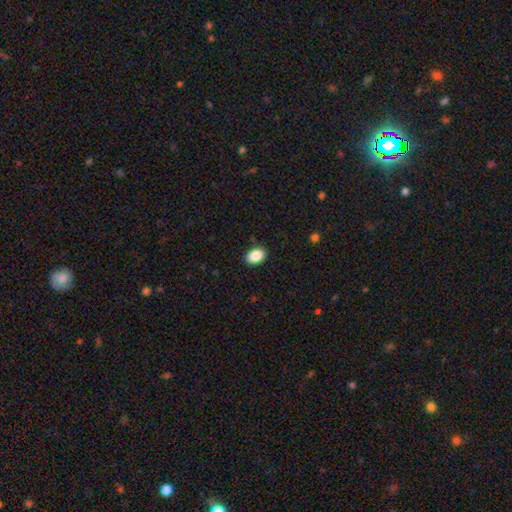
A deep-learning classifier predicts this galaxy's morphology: Smooth or featured? smooth (88%)
How rounded? in between (78%)
Merging? none (89%)